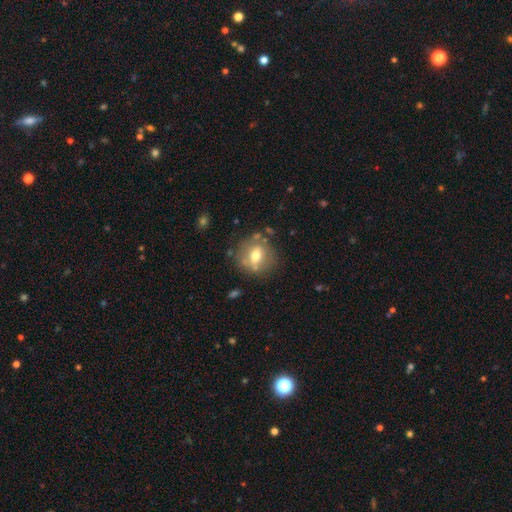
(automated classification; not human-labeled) Smooth or featured? smooth (56%)
How rounded? round (75%)
Merging? none (73%)